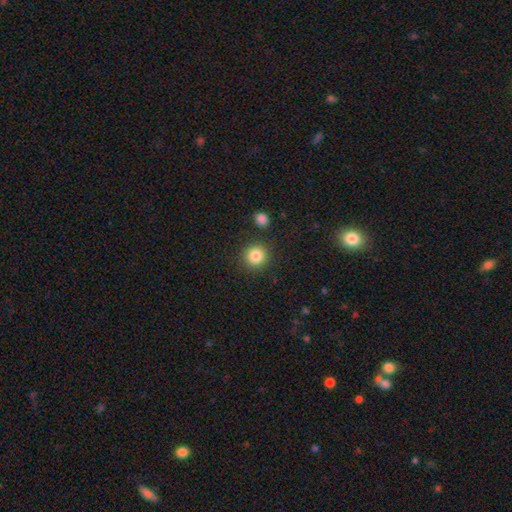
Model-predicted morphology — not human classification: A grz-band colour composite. It shows a smooth galaxy with no disk features (85%) that is round (92%). Merging: none (88%).